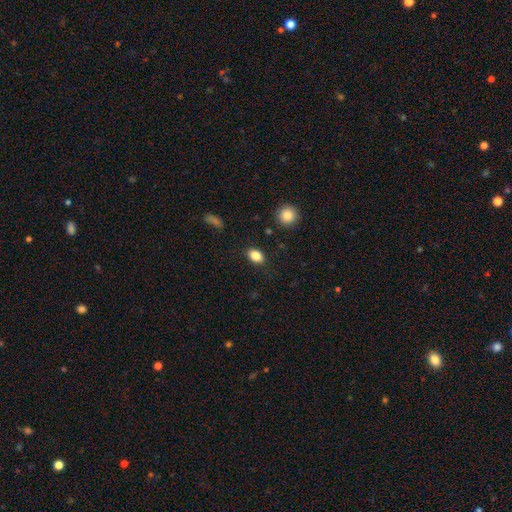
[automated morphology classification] The model was most divided on "how rounded": in between: 75%, round: 23%, cigar-shaped: 1%. More confident: merging — none (85%); smooth or featured — smooth (85%).